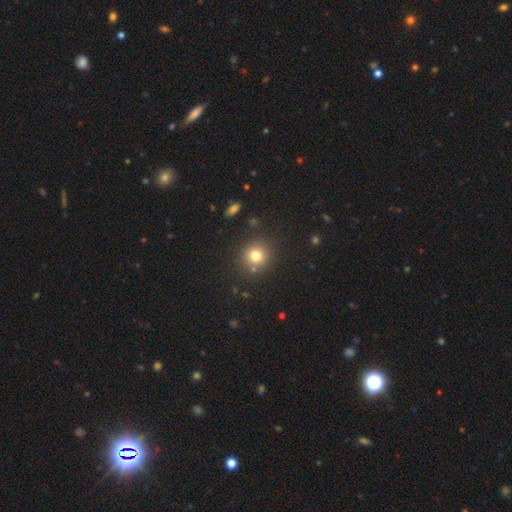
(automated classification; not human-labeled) Smooth or featured? smooth (78%)
How rounded? round (91%)
Merging? none (85%)